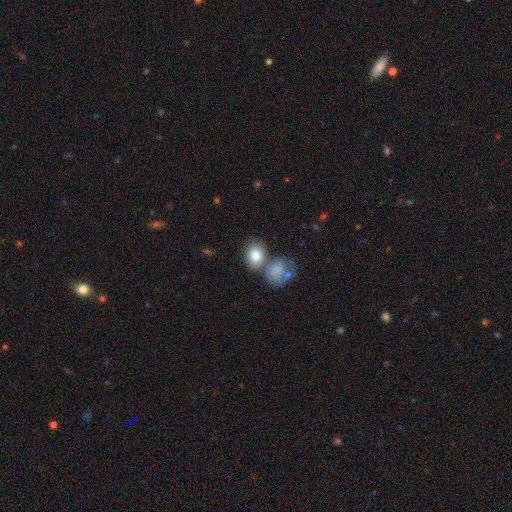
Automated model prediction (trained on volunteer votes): This appears to be a smooth galaxy with no disk features (80%) that is in between round and cigar-shaped (53%). Merging: none (55%).